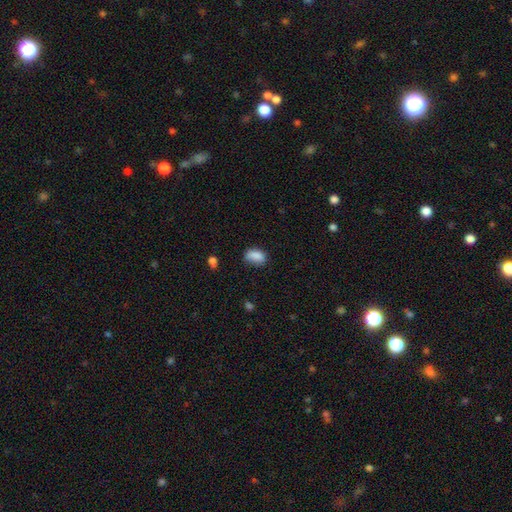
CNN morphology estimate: Smooth or featured?
  - smooth: 86% *
  - star or artifact: 9%
  - featured or disk: 6%
How rounded?
  - in between: 86% *
  - round: 11%
  - cigar-shaped: 3%
Merging?
  - none: 65% *
  - minor disturbance: 26%
  - major disturbance: 6%
  - merger: 3%